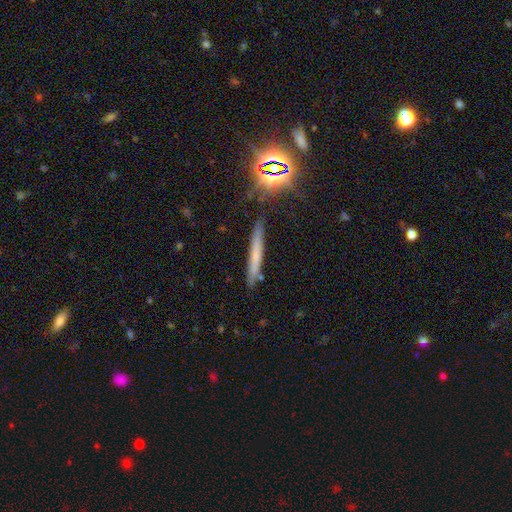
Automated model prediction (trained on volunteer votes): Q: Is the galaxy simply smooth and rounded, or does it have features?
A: smooth — 55%.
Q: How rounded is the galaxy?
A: cigar-shaped — 95%.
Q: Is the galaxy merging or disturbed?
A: none — 83%.